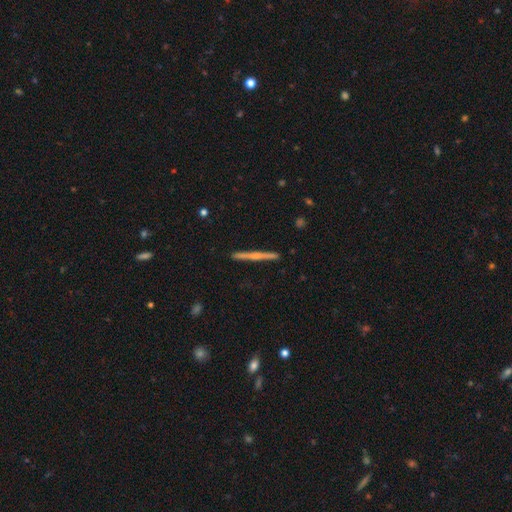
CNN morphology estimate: Overall: featured or disk (66%; smooth 29%). Edge-on disk: yes (98%). Edge-on bulge: rounded (60%; none 32%). Merging: none (92%).